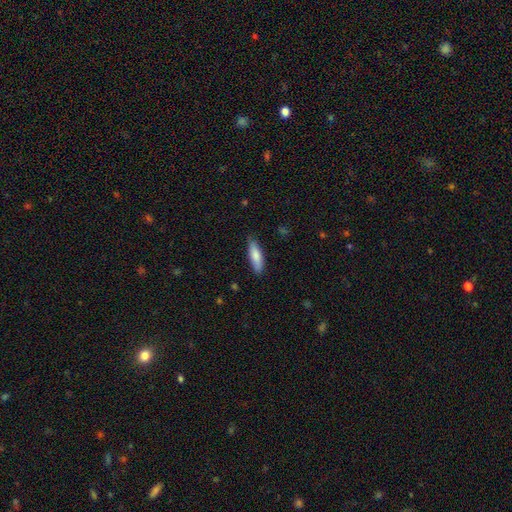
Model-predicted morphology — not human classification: Smooth or featured? smooth (81%)
How rounded? cigar-shaped (55%)
Merging? none (82%)